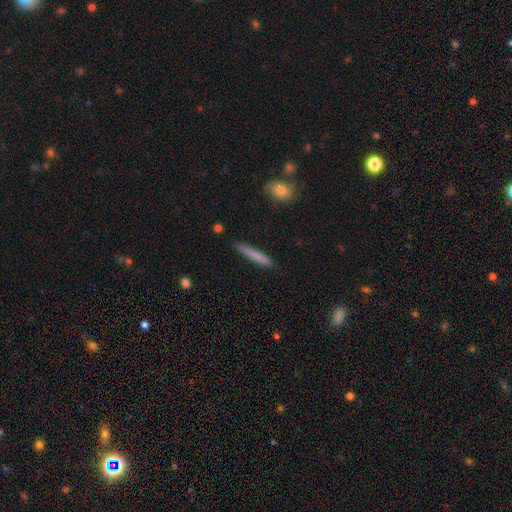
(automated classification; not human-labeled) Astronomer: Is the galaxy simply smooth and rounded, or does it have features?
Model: smooth — 75%.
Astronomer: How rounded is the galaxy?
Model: cigar-shaped — 95%.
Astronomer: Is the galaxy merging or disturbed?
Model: none — 85%.